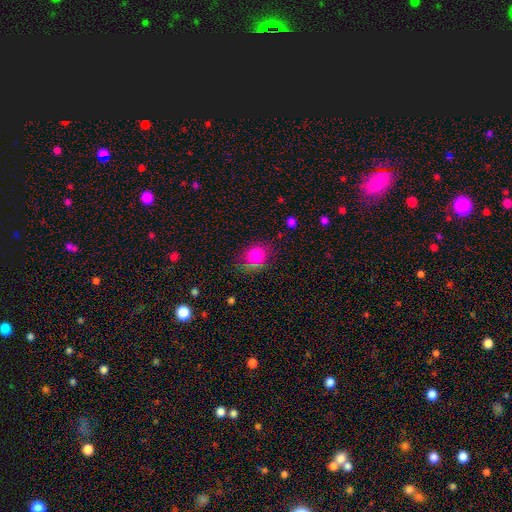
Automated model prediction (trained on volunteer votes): This is likely a smooth galaxy (78%). How rounded: possibly round (57%). Merging: likely none (70%).